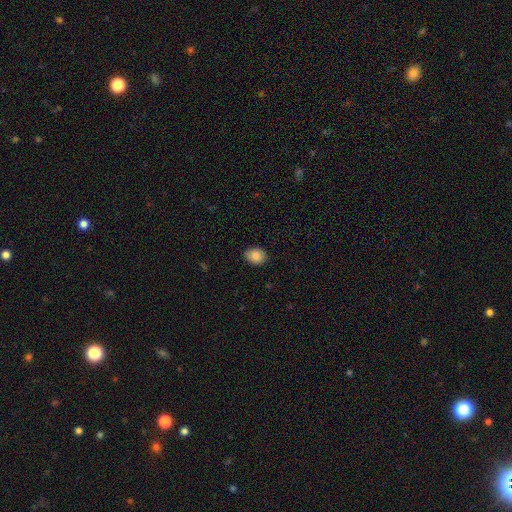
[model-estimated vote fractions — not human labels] Smooth or featured? Predicted: smooth (p=0.85). How rounded? Predicted: in between (p=0.58). Merging? Predicted: none (p=0.82).